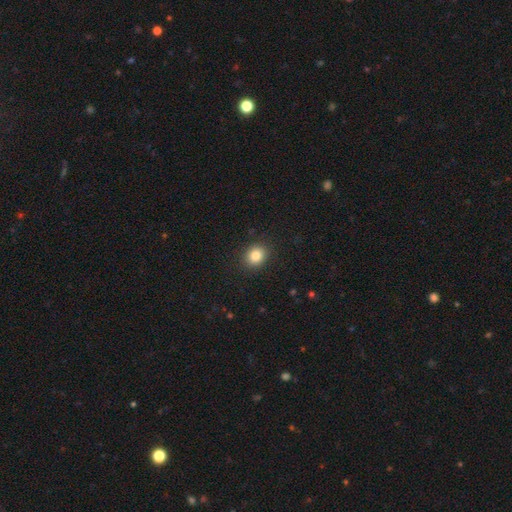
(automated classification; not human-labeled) Smooth or featured?
  - smooth: 84% *
  - star or artifact: 10%
  - featured or disk: 6%
How rounded?
  - round: 70% *
  - in between: 29%
  - cigar-shaped: 1%
Merging?
  - none: 89% *
  - minor disturbance: 7%
  - major disturbance: 2%
  - merger: 1%